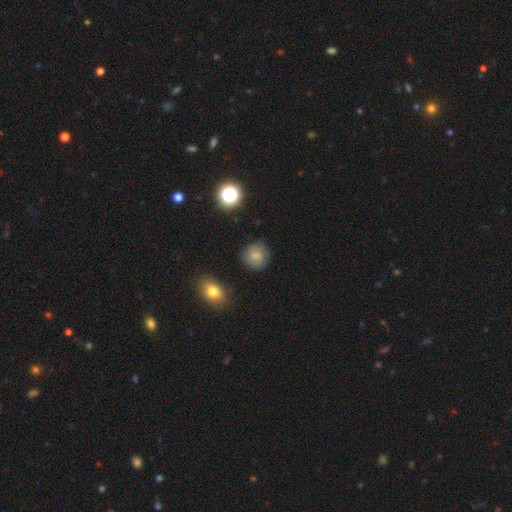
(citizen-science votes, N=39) Smooth or featured: smooth — 56% (featured or disk — 33%)
How rounded: round — 91% (in between — 9%)
Merging: none — 74% (minor disturbance — 20%)